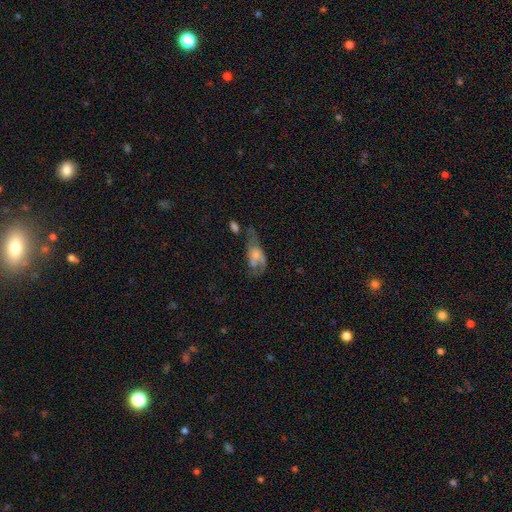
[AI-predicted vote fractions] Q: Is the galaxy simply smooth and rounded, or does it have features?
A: featured or disk — 50%.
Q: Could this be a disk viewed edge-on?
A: no — 91%.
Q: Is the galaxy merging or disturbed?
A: major disturbance — 37%.